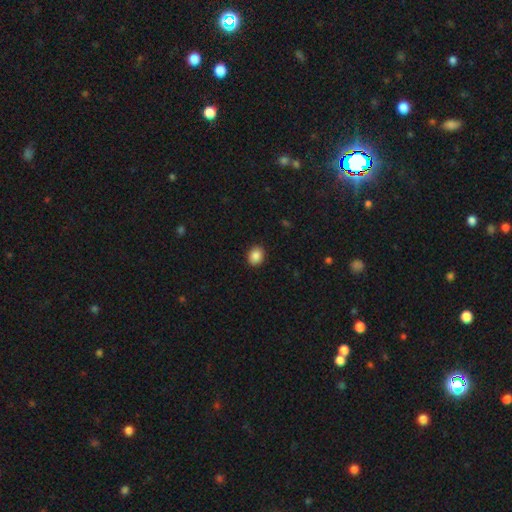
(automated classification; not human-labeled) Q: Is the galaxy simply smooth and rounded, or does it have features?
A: smooth — 88%.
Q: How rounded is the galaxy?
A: round — 58%.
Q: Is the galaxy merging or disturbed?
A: none — 91%.